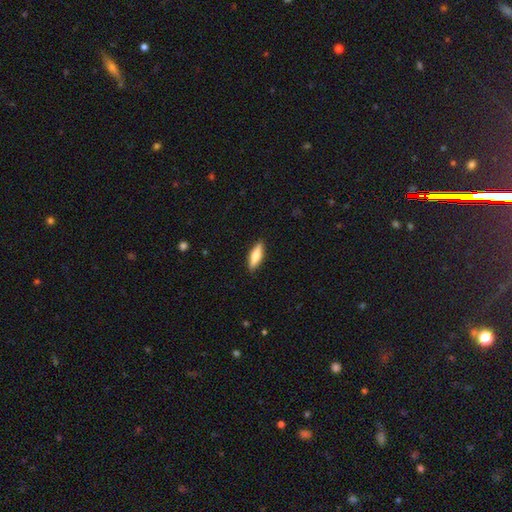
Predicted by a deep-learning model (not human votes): This appears to be a smooth galaxy with no disk features (72%) that is cigar-shaped (53%). Merging: none (89%).